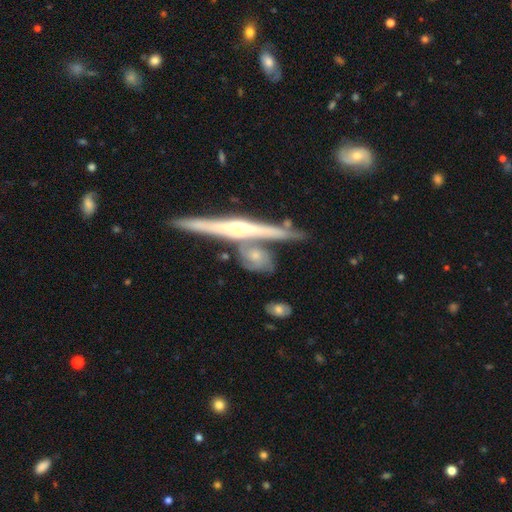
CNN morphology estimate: Smooth or featured: featured or disk — 57% (smooth — 36%)
Edge-on disk: yes — 59% (no — 41%)
Merging: none — 52% (merger — 26%)